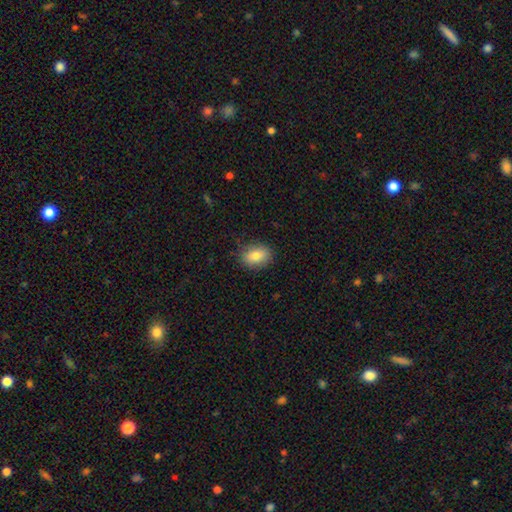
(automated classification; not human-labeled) Smooth or featured? Predicted: smooth (p=0.80). How rounded? Predicted: in between (p=0.69). Merging? Predicted: none (p=0.82).